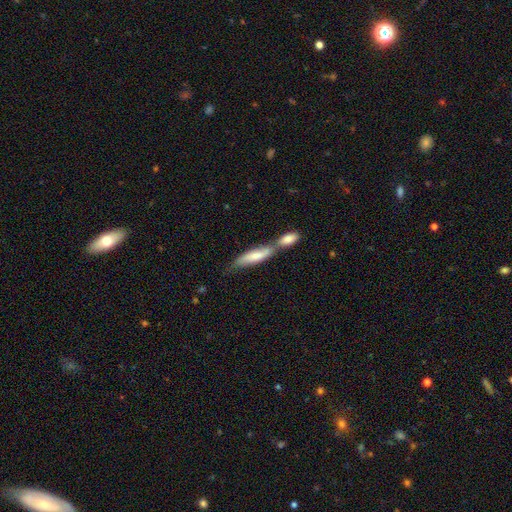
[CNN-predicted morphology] A smooth galaxy with no disk features (59%) that is cigar-shaped (67%).

Vote fractions:
- Smooth or featured? smooth: 59% / featured or disk: 35% / star or artifact: 6%
- How rounded? cigar-shaped: 67% / in between: 31% / round: 2%
- Merging? merger: 63% / none: 23% / minor disturbance: 10% / major disturbance: 5%